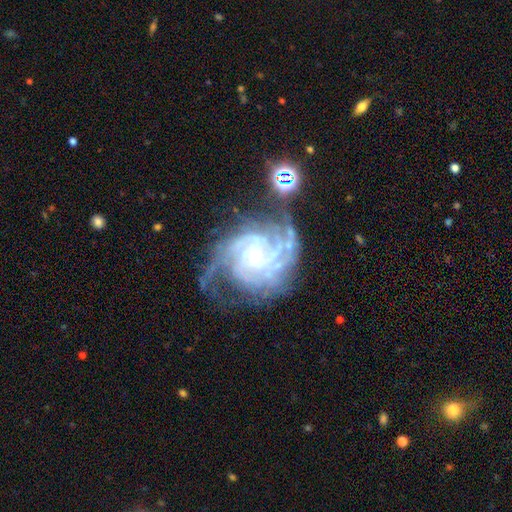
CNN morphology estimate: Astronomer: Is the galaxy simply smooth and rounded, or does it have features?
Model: featured or disk — 90%.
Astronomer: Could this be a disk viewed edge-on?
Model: no — 98%.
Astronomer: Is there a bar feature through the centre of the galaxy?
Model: no — 50% (runner-up: weak, 39%).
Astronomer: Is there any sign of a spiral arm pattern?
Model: yes — 98%.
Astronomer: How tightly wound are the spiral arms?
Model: tight — 55% (runner-up: medium, 37%).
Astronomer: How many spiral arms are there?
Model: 3 — 23% (runner-up: can't tell, 22%).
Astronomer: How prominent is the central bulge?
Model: small — 71%.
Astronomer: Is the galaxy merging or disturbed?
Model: none — 55%.